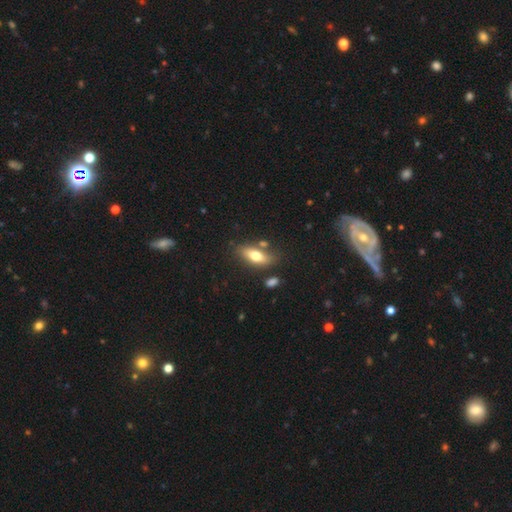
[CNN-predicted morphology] smooth 65%, featured or disk 28%, star or artifact 7%. Down the decision tree: how rounded — in between (74%); merging — none (72%).